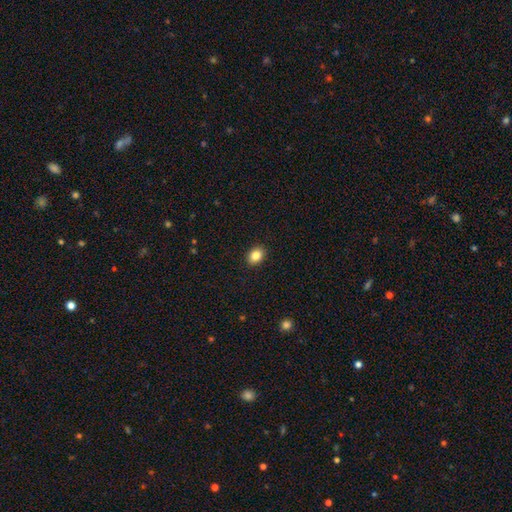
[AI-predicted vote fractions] Q: Smooth or featured?
A: smooth (85%); runner-up: star or artifact (10%)
Q: How rounded?
A: in between (59%); runner-up: round (40%)
Q: Merging?
A: none (91%); runner-up: minor disturbance (7%)